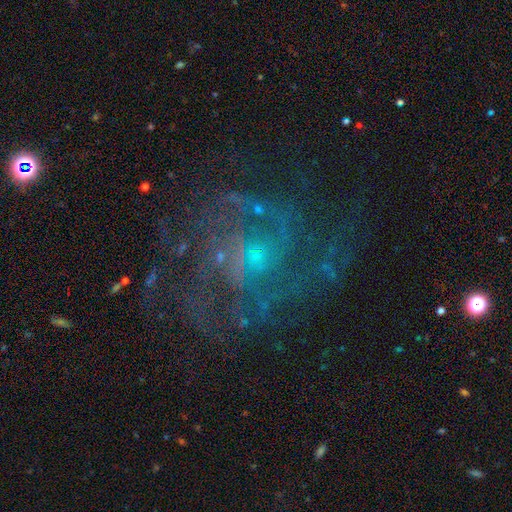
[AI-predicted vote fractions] Morphology: type=featured or disk (76%); edge-on=no (98%); bar=no (59%); spiral arms=yes (86%); winding=medium (46%); arm count=can't tell (32%); bulge=small (52%); merging=none (61%).